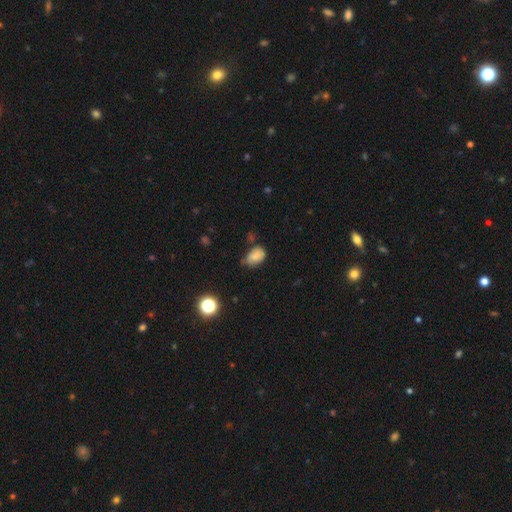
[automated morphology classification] Smooth or featured? Predicted: smooth (p=0.81). How rounded? Predicted: in between (p=0.83). Merging? Predicted: none (p=0.49).